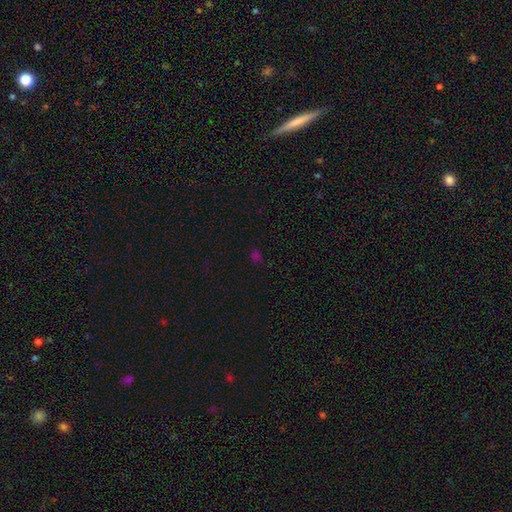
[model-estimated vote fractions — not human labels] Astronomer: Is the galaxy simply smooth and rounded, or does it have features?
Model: smooth — 56% (runner-up: star or artifact, 38%).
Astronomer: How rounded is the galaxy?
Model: in between — 56% (runner-up: round, 42%).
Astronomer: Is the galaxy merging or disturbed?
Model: none — 75%.